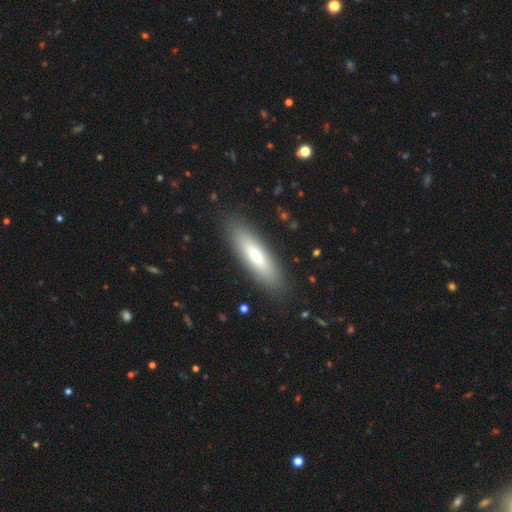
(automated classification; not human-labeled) A smooth galaxy with no disk features (66%) that is cigar-shaped (57%).

Vote fractions:
- Smooth or featured? smooth: 66% / featured or disk: 27% / star or artifact: 7%
- How rounded? cigar-shaped: 57% / in between: 42% / round: 2%
- Merging? none: 88% / minor disturbance: 8% / major disturbance: 3% / merger: 1%